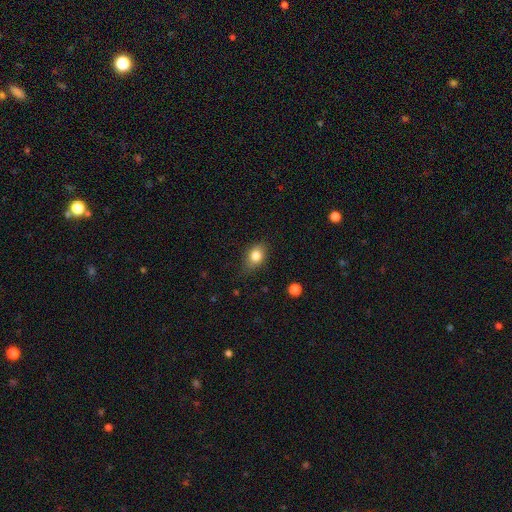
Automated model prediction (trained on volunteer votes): smooth-or-featured: smooth: 81% | star or artifact: 10% | featured or disk: 9%
  how-rounded: in between: 68% | round: 30% | cigar-shaped: 2%
  merging: none: 74% | minor disturbance: 21% | major disturbance: 4% | merger: 1%